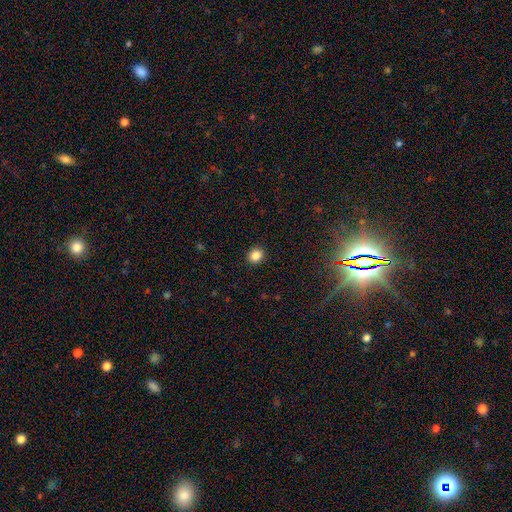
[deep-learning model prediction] smooth 85%, star or artifact 11%, featured or disk 4%. Down the decision tree: how rounded — round (75%); merging — none (92%).